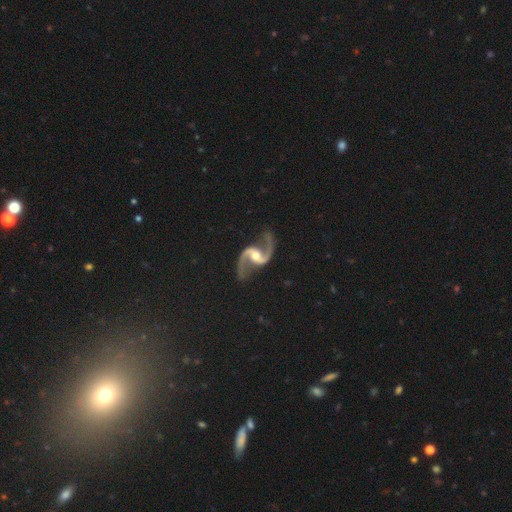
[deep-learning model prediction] A featured or disk galaxy (94%) with a weak bar (42%), 2 (95%) loose (64%) spiral arms (98%) and a moderate central bulge (63%). Merging: none (82%).